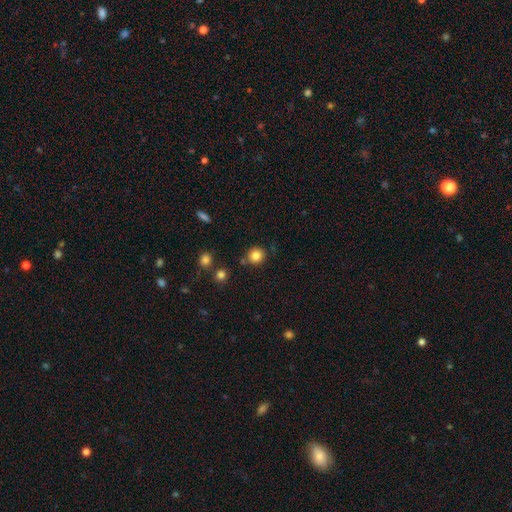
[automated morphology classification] Overall: smooth (84%). How rounded: round (88%). Merging: none (82%).